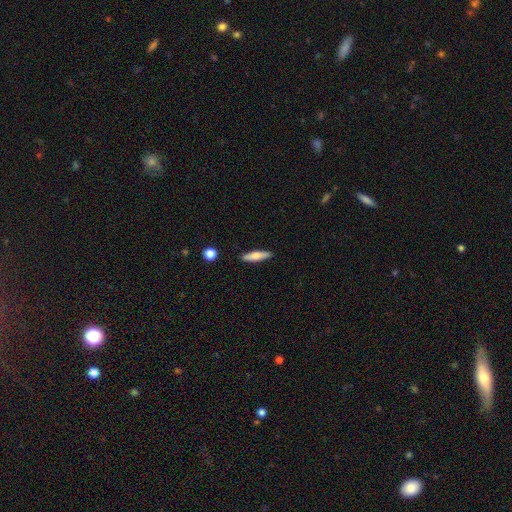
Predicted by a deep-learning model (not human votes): smooth-or-featured: smooth: 65% | featured or disk: 29% | star or artifact: 6%
  how-rounded: cigar-shaped: 76% | in between: 23% | round: 2%
  merging: none: 89% | minor disturbance: 8% | major disturbance: 2% | merger: 2%